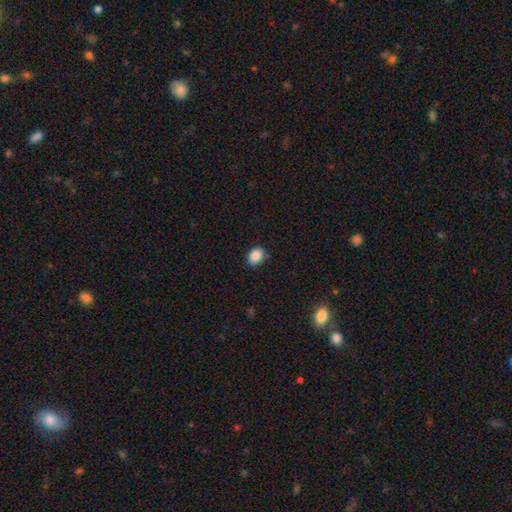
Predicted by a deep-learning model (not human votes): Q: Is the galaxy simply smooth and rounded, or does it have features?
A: smooth — 88%.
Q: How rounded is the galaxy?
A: in between — 69%.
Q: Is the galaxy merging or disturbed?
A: none — 81%.